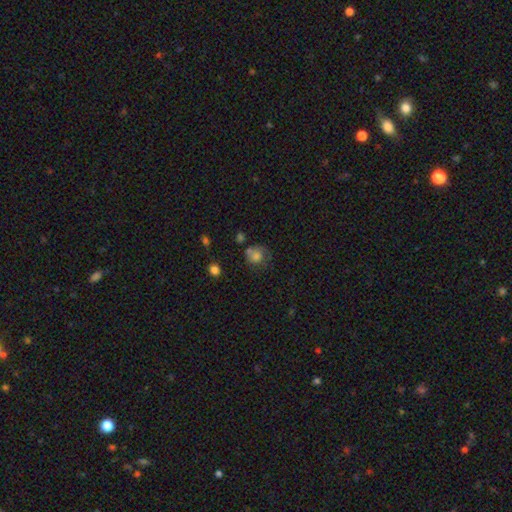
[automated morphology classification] Smooth or featured: smooth — 69% (featured or disk — 19%)
How rounded: round — 73% (in between — 26%)
Merging: none — 46% (minor disturbance — 23%)